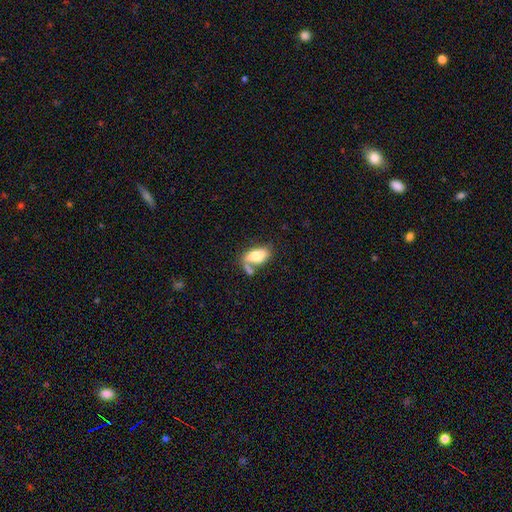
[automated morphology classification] This is likely a smooth galaxy (71%). How rounded: clearly in between (87%). Merging: marginally none (42%).